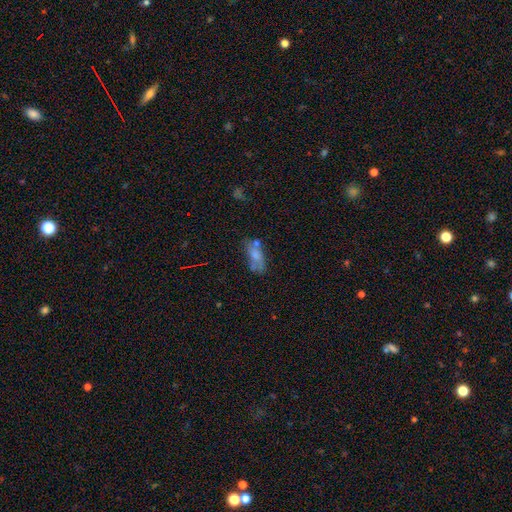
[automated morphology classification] The model was most divided on "merging": none: 40%, minor disturbance: 23%, merger: 21%, major disturbance: 15%. More confident: how rounded — in between (82%); smooth or featured — smooth (61%).